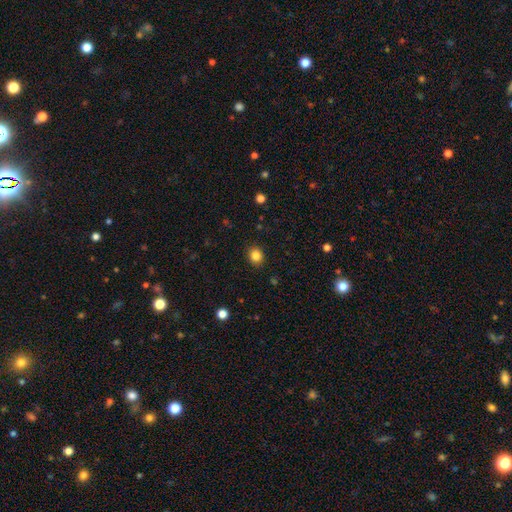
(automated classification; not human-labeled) A smooth galaxy with no disk features (84%) that is round (73%). Merging: none (90%).